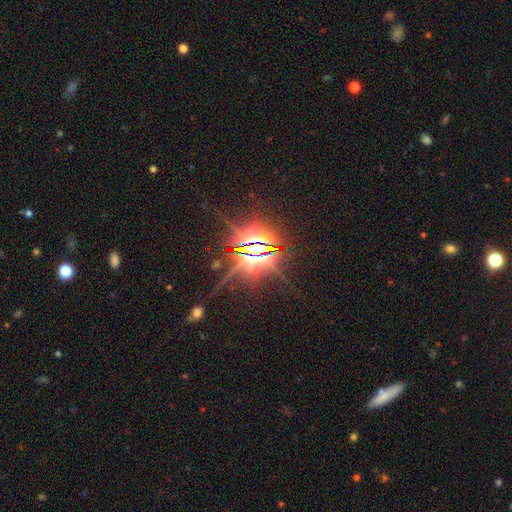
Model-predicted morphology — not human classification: Smooth or featured?
  - star or artifact: 82% *
  - featured or disk: 12%
  - smooth: 7%